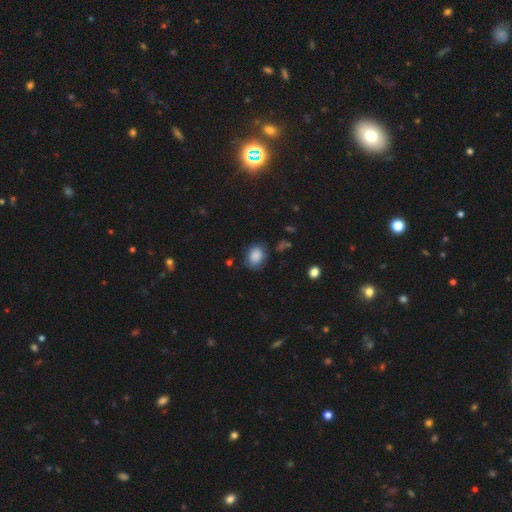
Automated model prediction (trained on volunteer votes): A smooth galaxy with no disk features (86%) that is in between round and cigar-shaped (56%).

Vote fractions:
- Smooth or featured? smooth: 86% / star or artifact: 8% / featured or disk: 6%
- How rounded? in between: 56% / round: 43% / cigar-shaped: 1%
- Merging? none: 74% / minor disturbance: 19% / major disturbance: 5% / merger: 2%